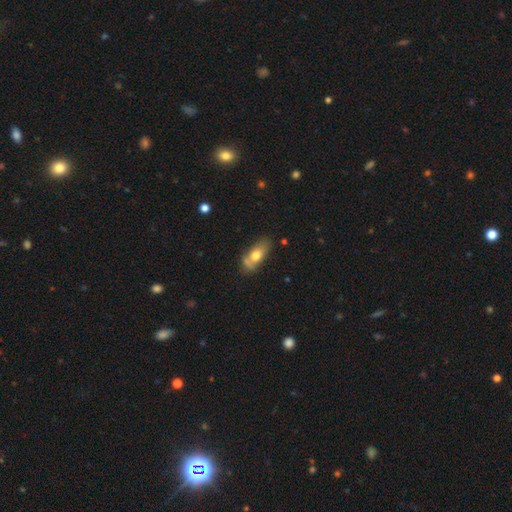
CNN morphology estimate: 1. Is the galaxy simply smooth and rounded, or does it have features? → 66% smooth, 27% featured or disk, 7% star or artifact.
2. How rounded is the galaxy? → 83% in between, 12% cigar-shaped, 6% round.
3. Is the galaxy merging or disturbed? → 49% none, 28% minor disturbance, 12% merger, 11% major disturbance.